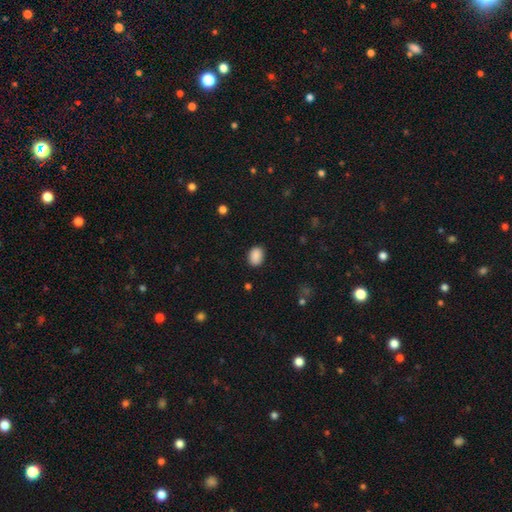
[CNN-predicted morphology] smooth-or-featured: smooth: 88% | star or artifact: 8% | featured or disk: 4%
  how-rounded: in between: 73% | round: 26% | cigar-shaped: 1%
  merging: none: 86% | minor disturbance: 10% | major disturbance: 2% | merger: 1%